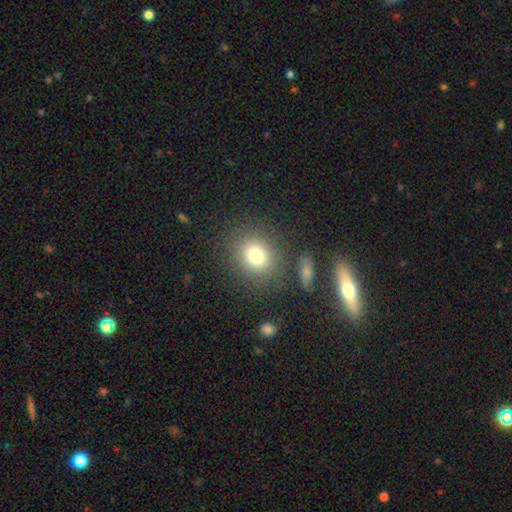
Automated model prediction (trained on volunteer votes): Smooth or featured? smooth (77%)
How rounded? round (73%)
Merging? none (82%)